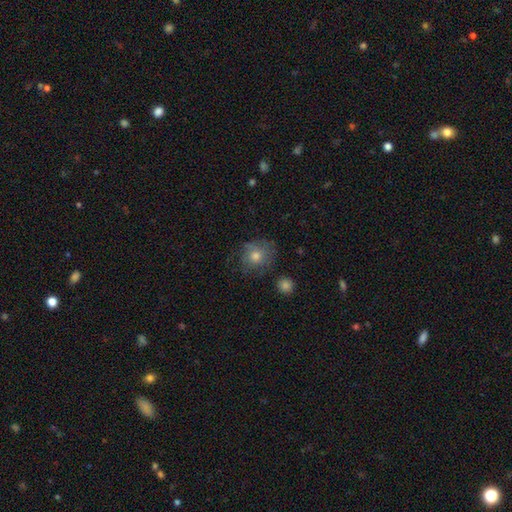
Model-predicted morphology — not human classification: A smooth galaxy with no disk features (67%) that is round (77%). Merging: none (69%).